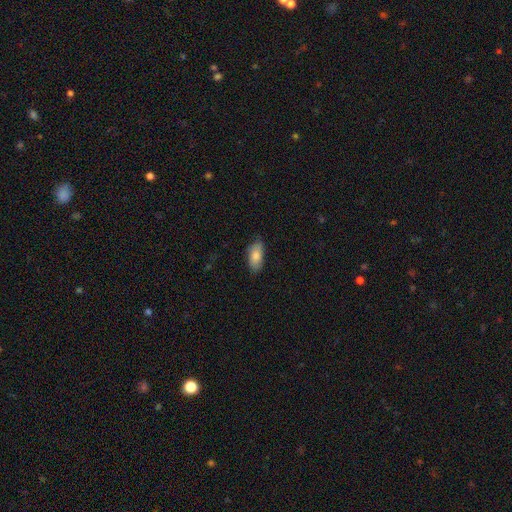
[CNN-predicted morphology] The model was most divided on "merging": none: 79%, minor disturbance: 17%, major disturbance: 3%, merger: 1%. More confident: how rounded — in between (90%); smooth or featured — smooth (84%).